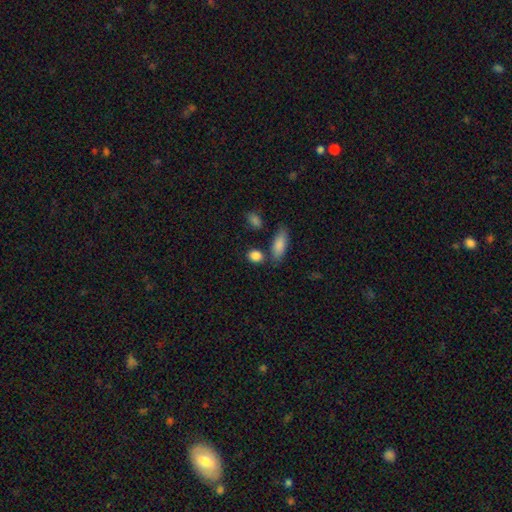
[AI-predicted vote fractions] Smooth or featured: smooth — 87% (star or artifact — 8%)
How rounded: in between — 59% (round — 37%)
Merging: none — 72% (minor disturbance — 13%)